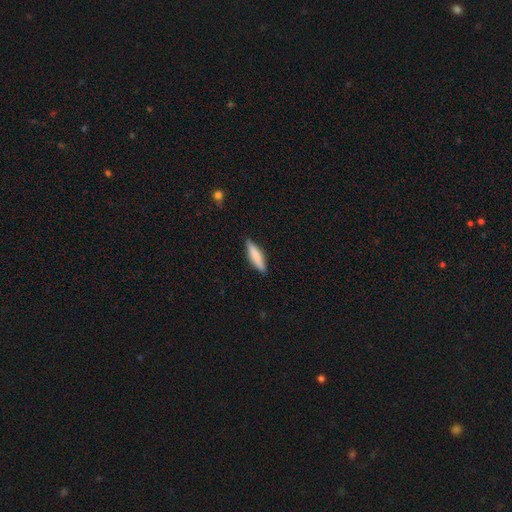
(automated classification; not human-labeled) This appears to be a smooth galaxy with no disk features (80%) that is cigar-shaped (76%). Merging: none (87%).